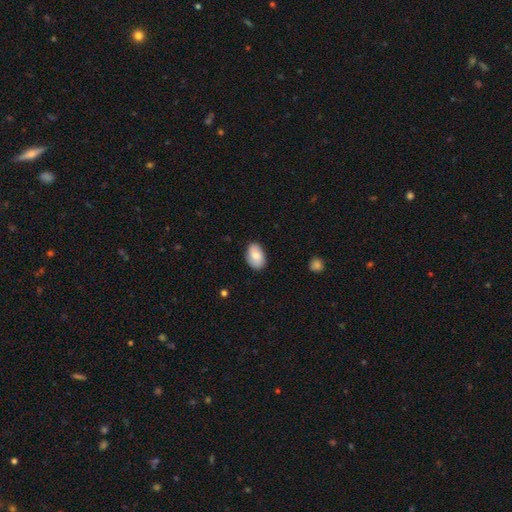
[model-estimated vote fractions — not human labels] smooth_or_featured: smooth (p=0.80) [alt: featured or disk p=0.13]
how_rounded: in between (p=0.90) [alt: round p=0.09]
merging: none (p=0.83) [alt: minor disturbance p=0.14]